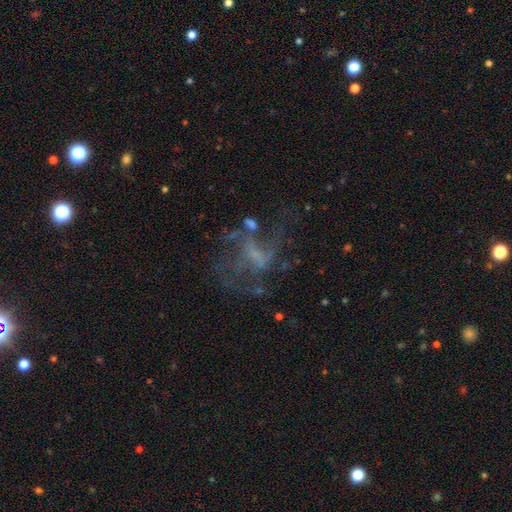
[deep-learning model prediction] Smooth or featured?
  - featured or disk: 64% *
  - star or artifact: 19%
  - smooth: 16%
Edge-on disk?
  - no: 97% *
  - yes: 3%
Bar?
  - no: 54% *
  - weak: 36%
  - strong: 10%
Spiral arms?
  - no: 50% * (tied)
  - yes: 50% * (tied)
Bulge size?
  - none: 45% *
  - small: 36%
  - moderate: 15%
  - large: 2%
  - dominant: 1%
Merging?
  - major disturbance: 40% *
  - none: 39%
  - minor disturbance: 14%
  - merger: 8%